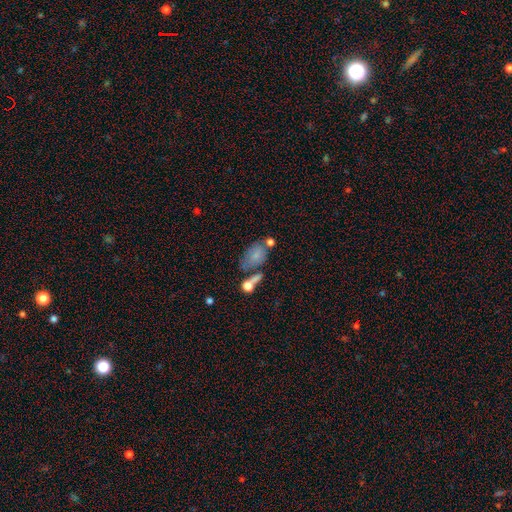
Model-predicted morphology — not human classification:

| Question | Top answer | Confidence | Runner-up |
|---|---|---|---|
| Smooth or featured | smooth | 71% | featured or disk (19%) |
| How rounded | in between | 85% | round (13%) |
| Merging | none | 39% | merger (26%) |